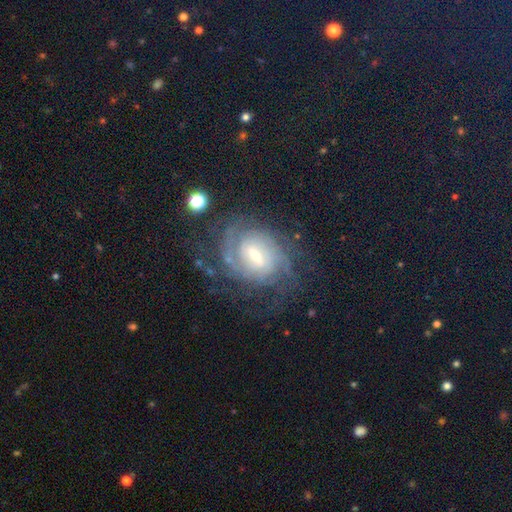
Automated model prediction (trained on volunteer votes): The model was most divided on "bulge size": moderate: 47%, small: 41%, large: 8%, none: 3%, dominant: 1%. Remaining: edge-on disk — no (97%); spiral arms — yes (96%); smooth or featured — featured or disk (86%); merging — none (67%); spiral winding — tight (62%); bar — weak (57%); spiral arm count — can't tell (33%).